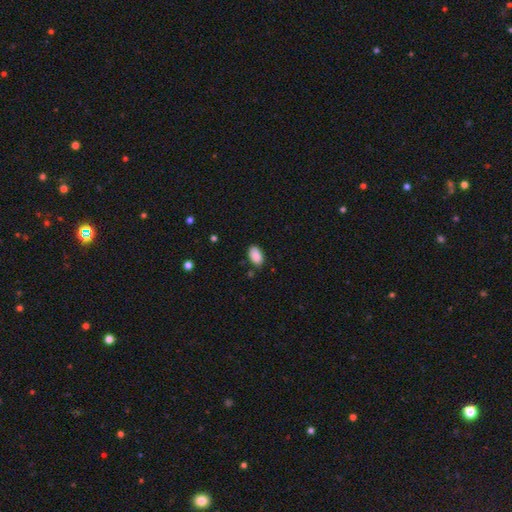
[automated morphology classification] This appears to be a smooth galaxy with no disk features (89%) that is in between round and cigar-shaped (93%). Merging: none (81%).